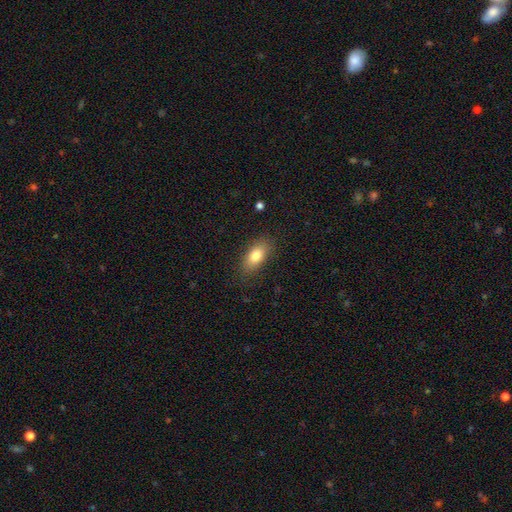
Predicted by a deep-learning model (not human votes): Smooth or featured? smooth (80%)
How rounded? in between (85%)
Merging? none (83%)